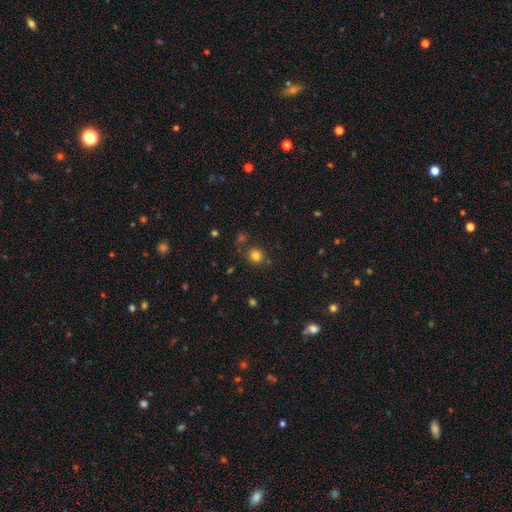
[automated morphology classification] Q: Smooth or featured?
A: smooth (80%); runner-up: star or artifact (14%)
Q: How rounded?
A: round (87%); runner-up: in between (12%)
Q: Merging?
A: none (81%); runner-up: minor disturbance (9%)